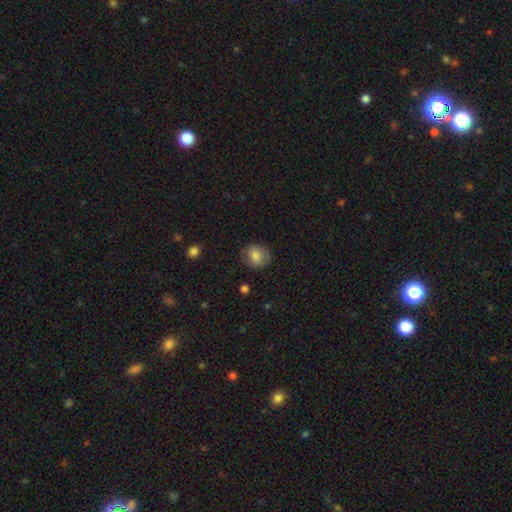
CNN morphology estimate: smooth_or_featured: smooth (p=0.79) [alt: featured or disk p=0.12]
how_rounded: round (p=0.77) [alt: in between p=0.22]
merging: none (p=0.82) [alt: minor disturbance p=0.13]